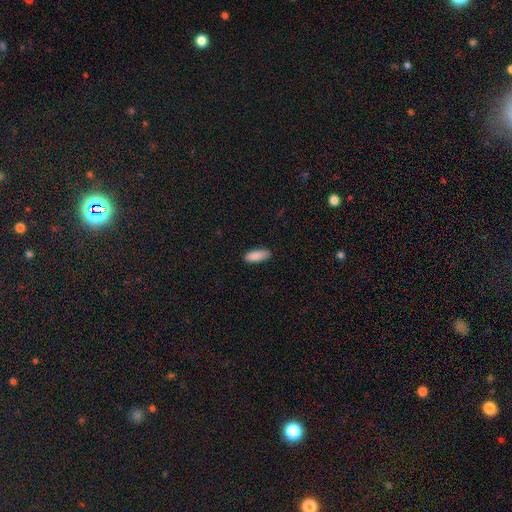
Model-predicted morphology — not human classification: A smooth galaxy with no disk features (90%) that is in between round and cigar-shaped (79%).

Vote fractions:
- Smooth or featured? smooth: 90% / star or artifact: 6% / featured or disk: 4%
- How rounded? in between: 79% / cigar-shaped: 20% / round: 2%
- Merging? none: 85% / minor disturbance: 11% / major disturbance: 2% / merger: 1%